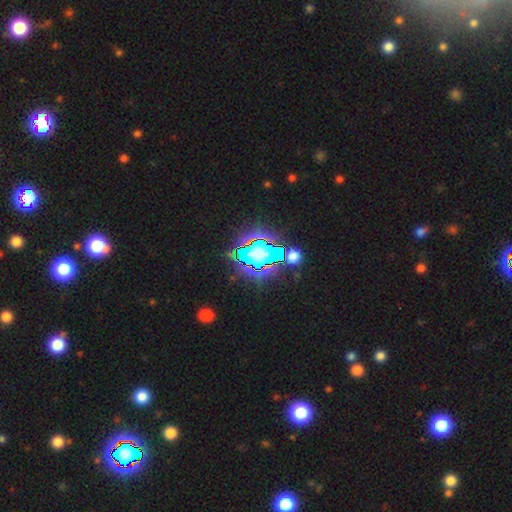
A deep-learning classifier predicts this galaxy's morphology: A star or artifact, not a galaxy (65%).